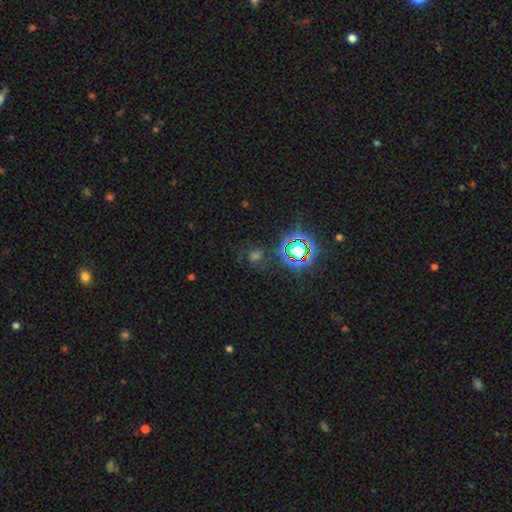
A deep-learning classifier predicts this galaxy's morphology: A star or artifact, not a galaxy (56%).